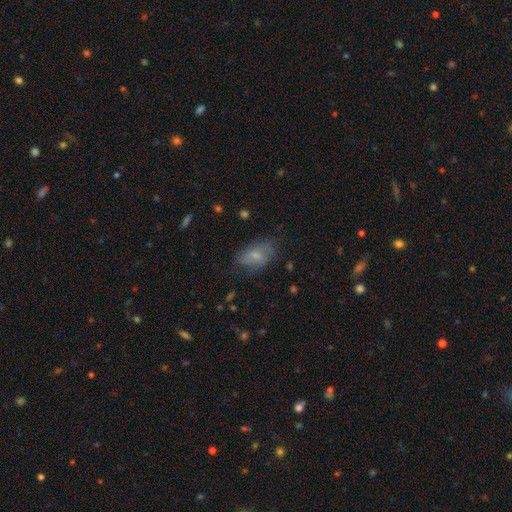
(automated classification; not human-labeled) Q: Smooth or featured?
A: smooth (65%); runner-up: featured or disk (26%)
Q: How rounded?
A: in between (88%); runner-up: round (9%)
Q: Merging?
A: none (60%); runner-up: minor disturbance (27%)